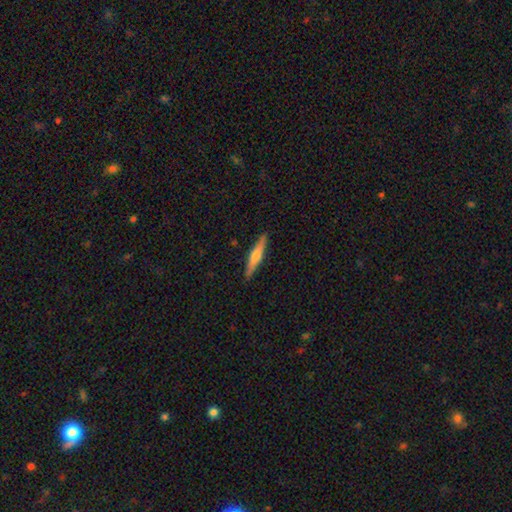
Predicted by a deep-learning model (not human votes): A featured or disk galaxy (56%) viewed edge-on (97%) with a rounded central bulge (85%). Merging: none (90%).